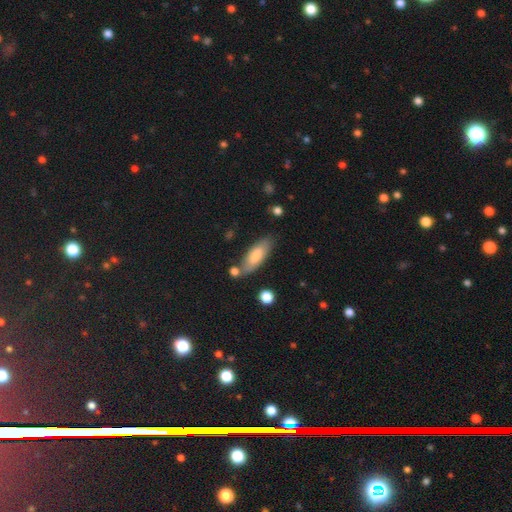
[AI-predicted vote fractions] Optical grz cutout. It shows a smooth galaxy with no disk features (73%) that is in between round and cigar-shaped (63%). Merging: none (70%).